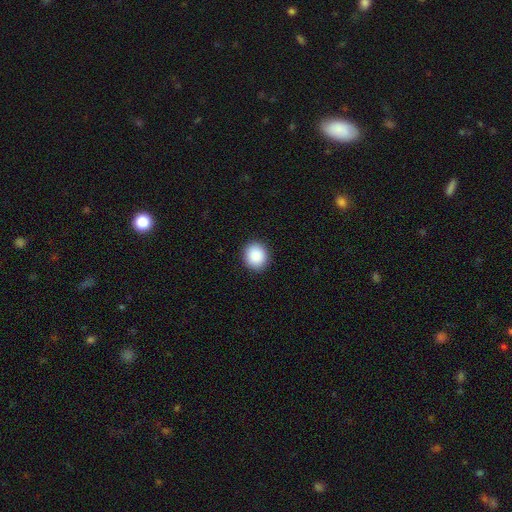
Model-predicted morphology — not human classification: smooth-or-featured: smooth: 89% | star or artifact: 8% | featured or disk: 3%
  how-rounded: round: 78% | in between: 21% | cigar-shaped: 1%
  merging: none: 92% | minor disturbance: 6% | major disturbance: 2% | merger: 1%